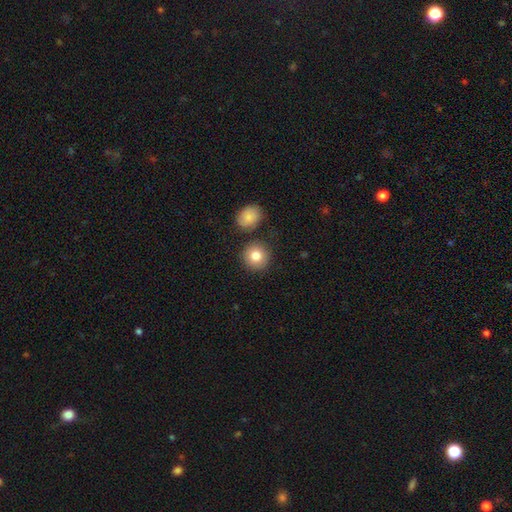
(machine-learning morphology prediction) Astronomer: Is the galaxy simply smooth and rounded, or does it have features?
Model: smooth — 83%.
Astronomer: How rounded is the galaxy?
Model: round — 91%.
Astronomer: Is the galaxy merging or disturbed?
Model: none — 82%.